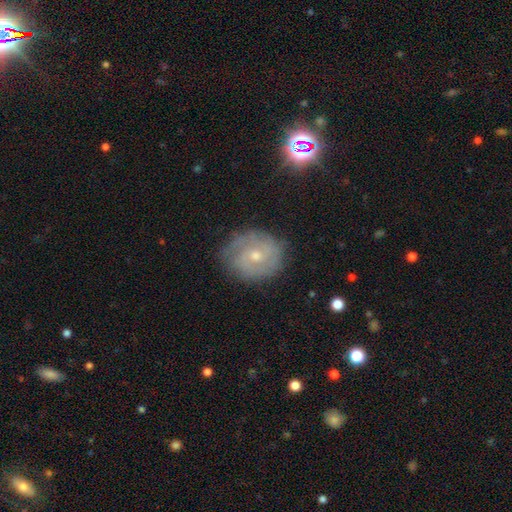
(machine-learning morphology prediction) Smooth or featured: featured or disk — 73% (smooth — 18%)
Edge-on disk: no — 97% (yes — 3%)
Bar: no — 61% (weak — 34%)
Spiral arms: yes — 90% (no — 10%)
Spiral winding: tight — 61% (medium — 30%)
Spiral arm count: 2 — 45% (can't tell — 32%)
Bulge size: small — 54% (moderate — 43%)
Merging: none — 77% (minor disturbance — 17%)